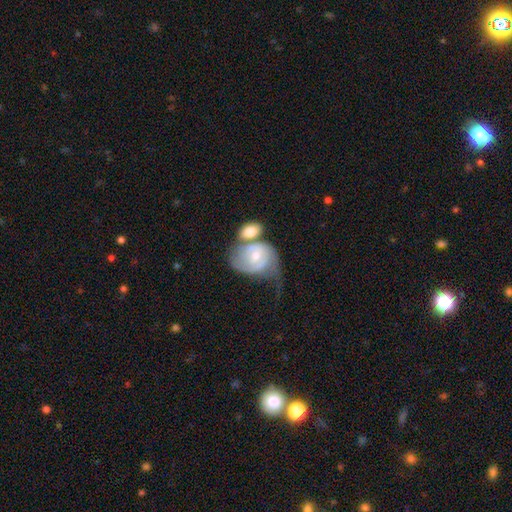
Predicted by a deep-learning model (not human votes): A featured or disk galaxy (63%) with no bar (68%), spiral arms (77%) and a moderate central bulge (50%). Merging: merger (42%).